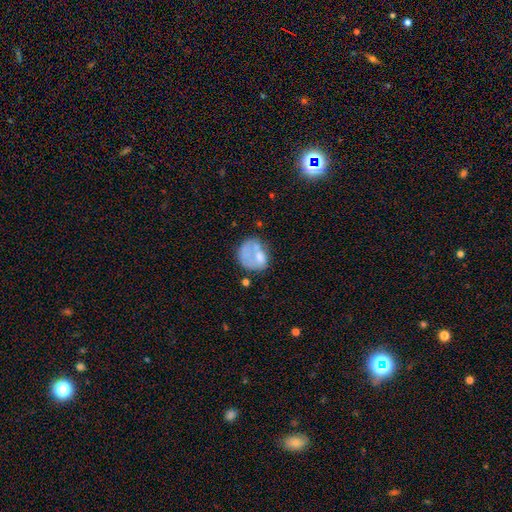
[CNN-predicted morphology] A smooth galaxy with no disk features (54%) that is round (62%).

Vote fractions:
- Smooth or featured? smooth: 54% / featured or disk: 36% / star or artifact: 10%
- How rounded? round: 62% / in between: 37% / cigar-shaped: 1%
- Merging? none: 37% / major disturbance: 26% / minor disturbance: 22% / merger: 15%